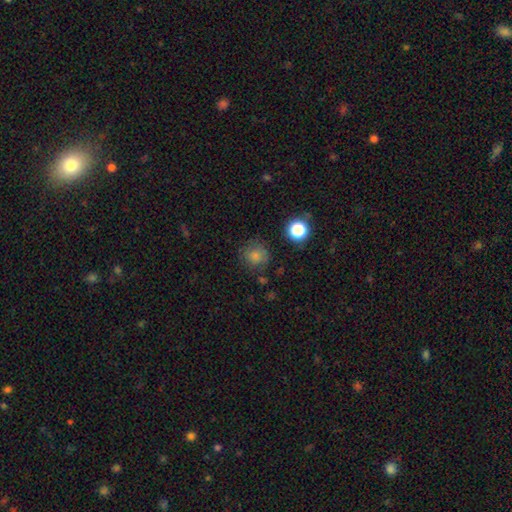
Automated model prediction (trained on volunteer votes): smooth_or_featured: smooth (p=0.75) [alt: star or artifact p=0.14]
how_rounded: round (p=0.89) [alt: in between p=0.10]
merging: none (p=0.73) [alt: minor disturbance p=0.17]